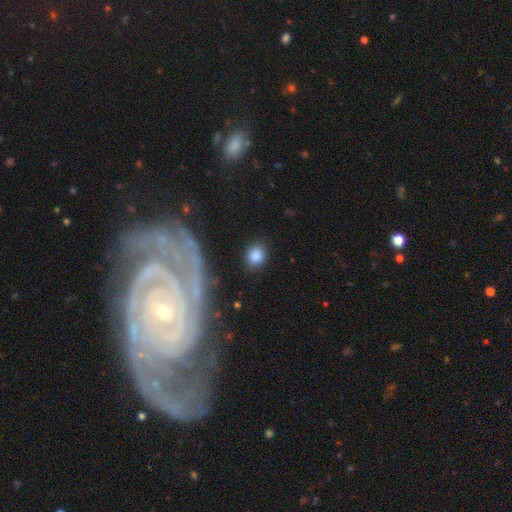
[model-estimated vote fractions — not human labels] Smooth or featured? Predicted: smooth (p=0.84). How rounded? Predicted: round (p=0.66). Merging? Predicted: none (p=0.83).